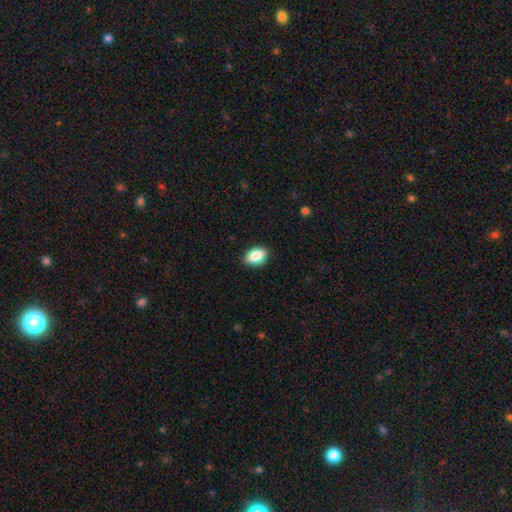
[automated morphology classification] This is clearly a smooth galaxy (85%). How rounded: clearly in between (87%). Merging: clearly none (86%).